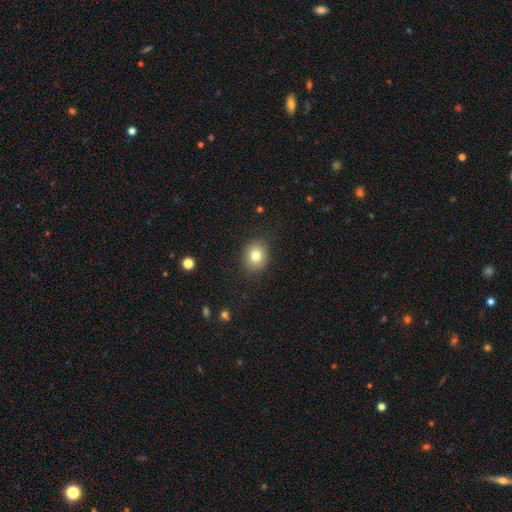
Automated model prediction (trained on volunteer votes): smooth 79%, featured or disk 11%, star or artifact 11%. Down the decision tree: how rounded — round (64%); merging — none (87%).